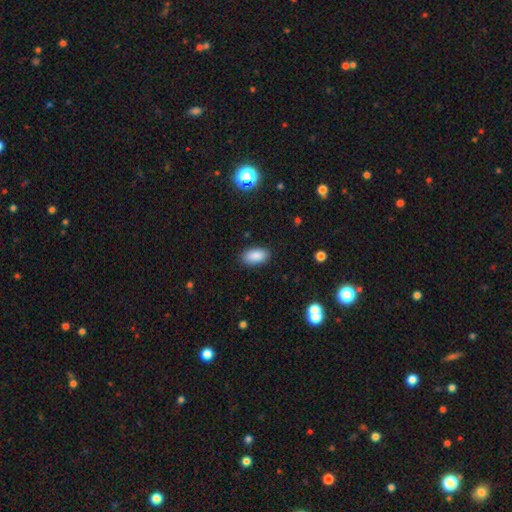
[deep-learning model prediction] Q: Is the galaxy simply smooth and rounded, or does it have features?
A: smooth — 88%.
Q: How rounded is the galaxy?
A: in between — 93%.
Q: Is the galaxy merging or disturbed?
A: none — 87%.